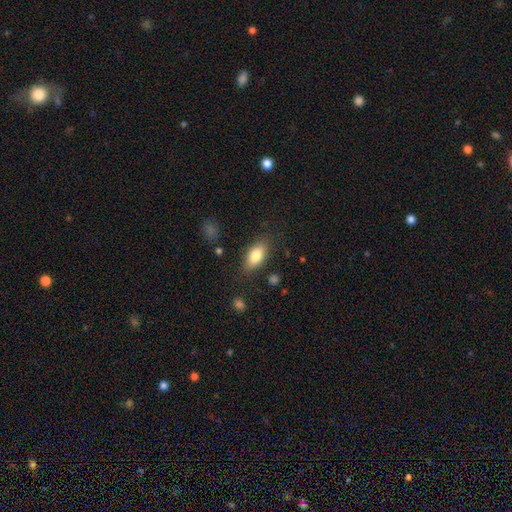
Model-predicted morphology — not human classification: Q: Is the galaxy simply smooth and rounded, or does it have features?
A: smooth — 80%.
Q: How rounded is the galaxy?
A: in between — 87%.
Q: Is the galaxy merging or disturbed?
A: none — 82%.